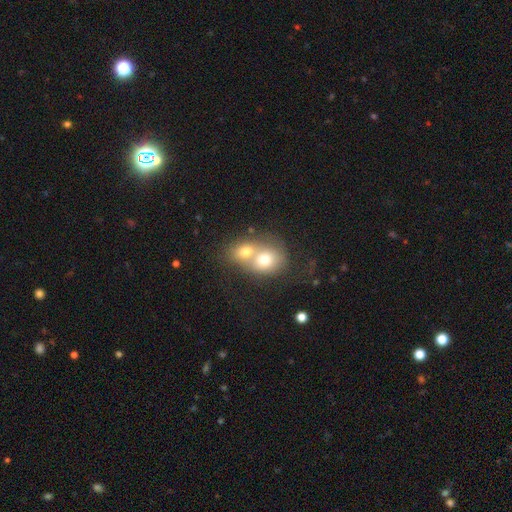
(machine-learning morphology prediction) smooth_or_featured: smooth (p=0.62) [alt: featured or disk p=0.25]
how_rounded: round (p=0.63) [alt: in between p=0.36]
merging: merger (p=0.73) [alt: none p=0.18]